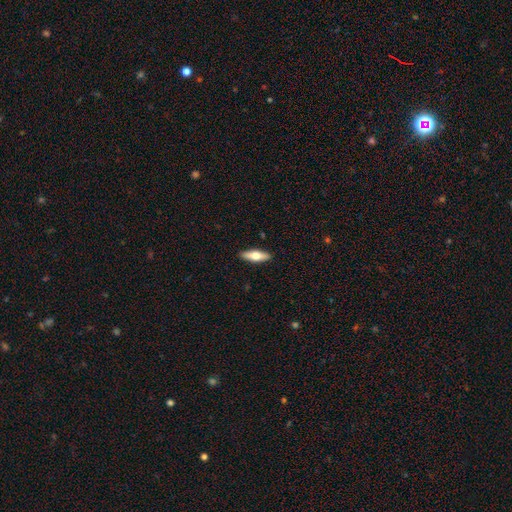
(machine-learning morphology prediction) smooth-or-featured: smooth: 57% | featured or disk: 37% | star or artifact: 6%
  how-rounded: in between: 50% | cigar-shaped: 48% | round: 2%
  merging: none: 90% | minor disturbance: 7% | major disturbance: 2% | merger: 1%